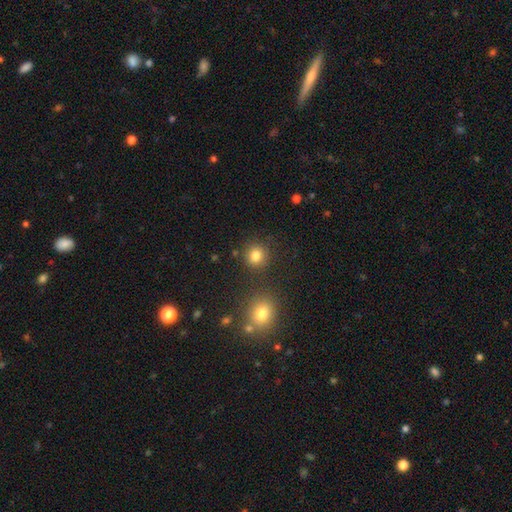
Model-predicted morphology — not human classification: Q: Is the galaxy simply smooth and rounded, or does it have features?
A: smooth — 81%.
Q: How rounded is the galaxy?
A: round — 88%.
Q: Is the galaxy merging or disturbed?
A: none — 83%.